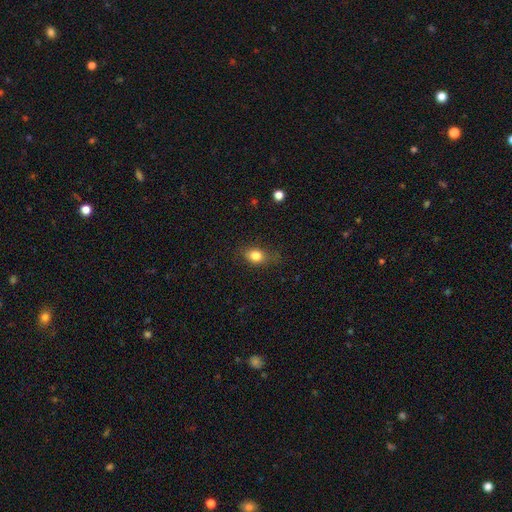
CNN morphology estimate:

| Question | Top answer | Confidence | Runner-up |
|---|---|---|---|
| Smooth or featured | smooth | 81% | star or artifact (10%) |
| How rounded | in between | 59% | round (39%) |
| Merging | none | 75% | minor disturbance (19%) |